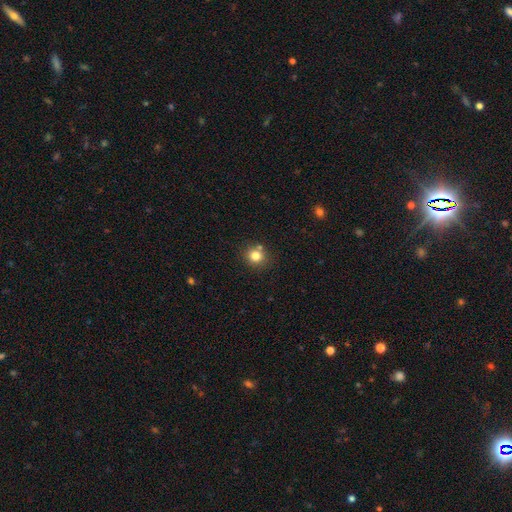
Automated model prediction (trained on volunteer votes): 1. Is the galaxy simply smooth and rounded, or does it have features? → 80% smooth, 13% star or artifact, 7% featured or disk.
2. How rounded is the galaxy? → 87% round, 12% in between, 1% cigar-shaped.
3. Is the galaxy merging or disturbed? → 74% none, 13% merger, 10% minor disturbance, 3% major disturbance.